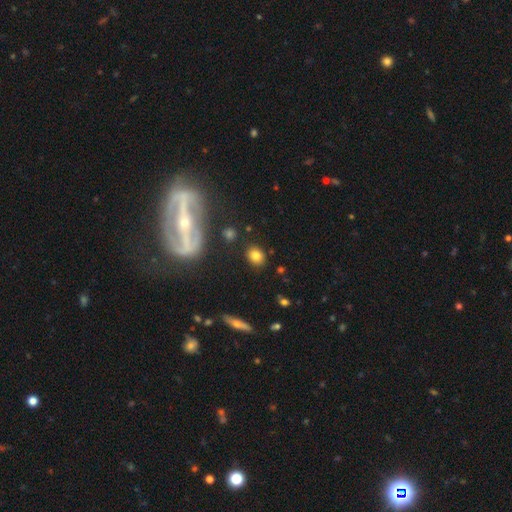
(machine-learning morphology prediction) type=smooth (78%); roundness=round (56%); merging=none (84%).